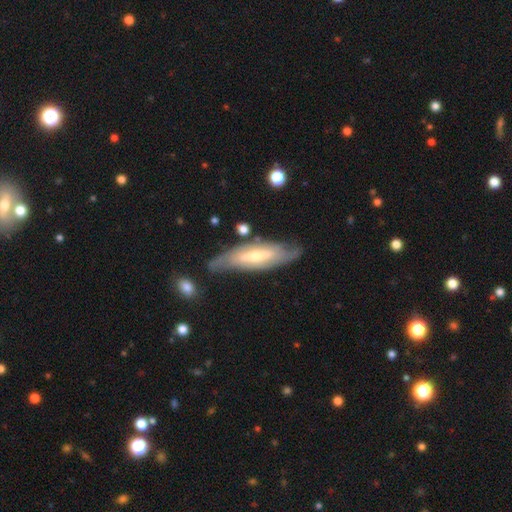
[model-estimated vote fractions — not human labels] This is likely a featured or disk galaxy (68%). It is likely not viewed edge-on (66%). Merging: likely none (67%).